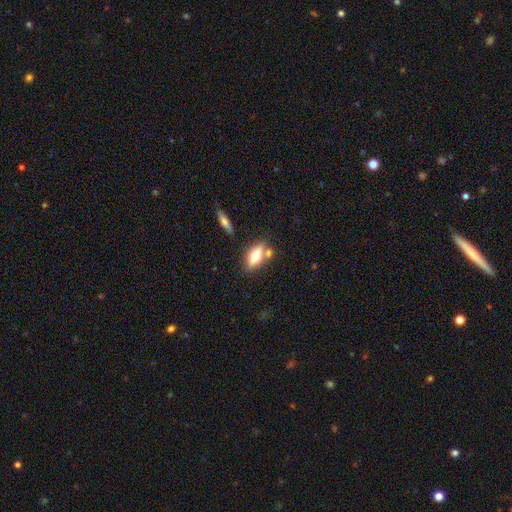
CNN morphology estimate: Q: Smooth or featured?
A: smooth (48%); runner-up: featured or disk (44%)
Q: Merging?
A: none (68%); runner-up: merger (16%)